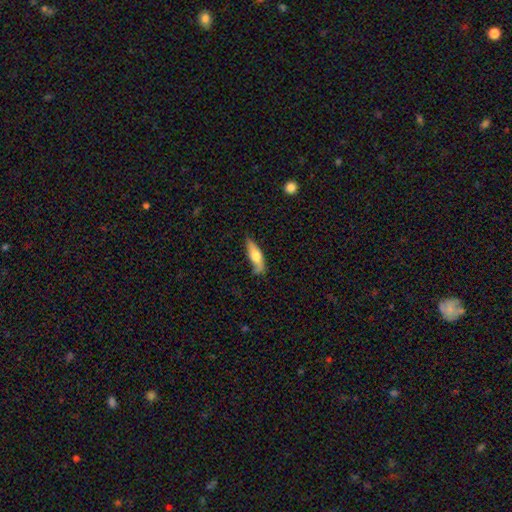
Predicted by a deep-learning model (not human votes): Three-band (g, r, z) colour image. It shows a smooth galaxy with no disk features (60%) that is cigar-shaped (55%). Merging: none (63%).